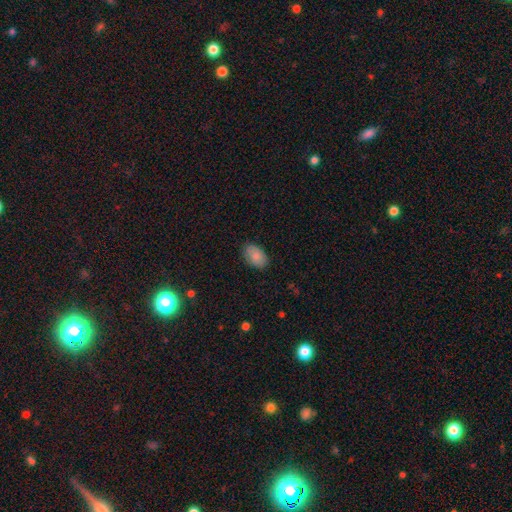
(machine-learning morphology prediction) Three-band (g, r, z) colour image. It shows a smooth galaxy with no disk features (87%) that is in between round and cigar-shaped (91%). Merging: none (83%).